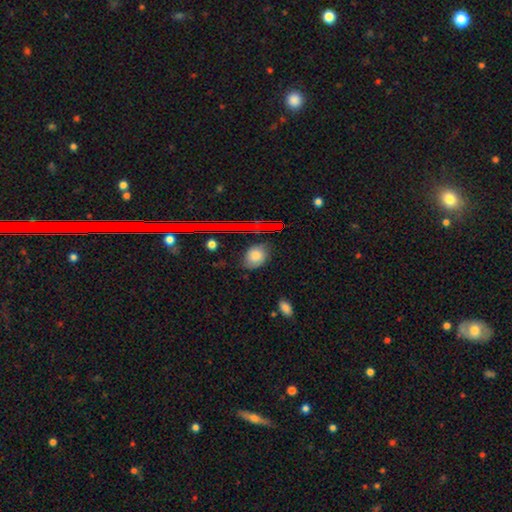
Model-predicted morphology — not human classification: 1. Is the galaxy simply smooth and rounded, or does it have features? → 66% smooth, 18% featured or disk, 15% star or artifact.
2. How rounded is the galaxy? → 55% in between, 43% round, 2% cigar-shaped.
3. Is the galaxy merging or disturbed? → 73% none, 20% minor disturbance, 5% major disturbance, 2% merger.